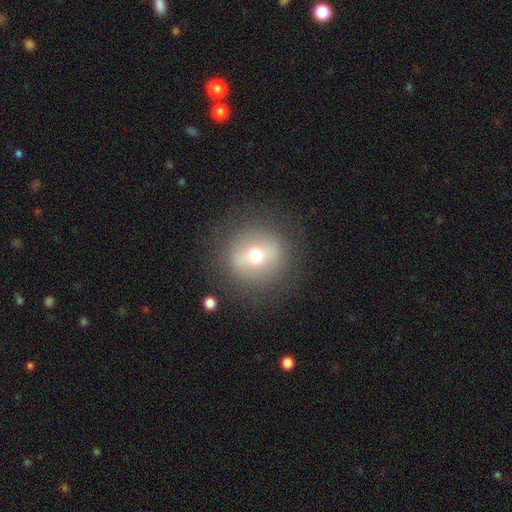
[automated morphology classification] Smooth or featured? smooth (49%)
Merging? none (87%)